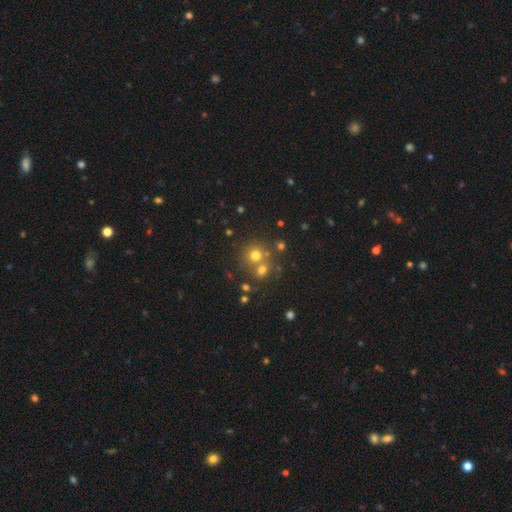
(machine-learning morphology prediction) Smooth or featured: smooth — 69% (star or artifact — 20%)
How rounded: round — 89% (in between — 10%)
Merging: none — 58% (merger — 32%)